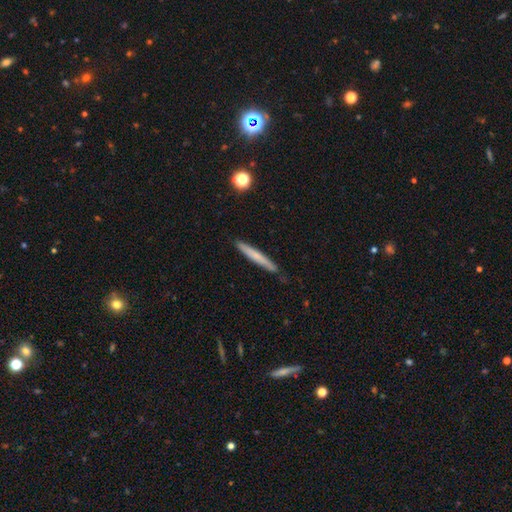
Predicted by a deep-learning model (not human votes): The model was most divided on "smooth or featured": smooth: 64%, featured or disk: 30%, star or artifact: 6%. More confident: how rounded — cigar-shaped (96%); merging — none (86%).